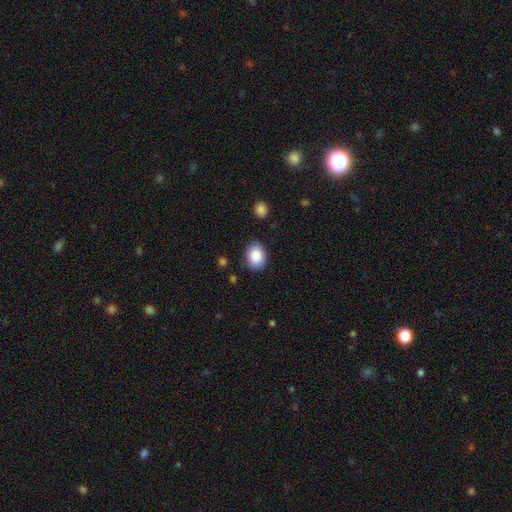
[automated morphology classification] Smooth or featured: smooth — 87% (star or artifact — 8%)
How rounded: in between — 67% (round — 32%)
Merging: none — 82% (minor disturbance — 13%)